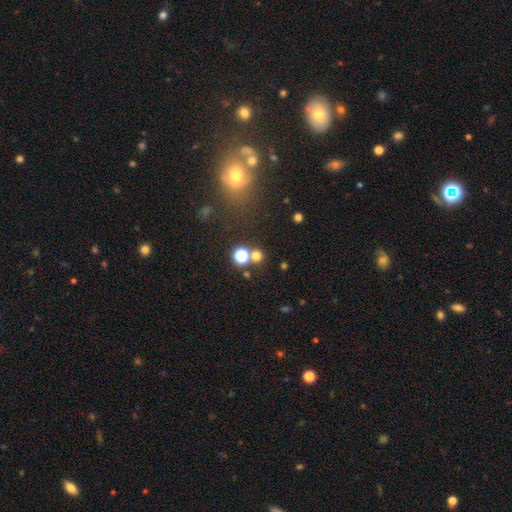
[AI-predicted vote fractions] smooth-or-featured: smooth: 67% | star or artifact: 26% | featured or disk: 7%
  how-rounded: round: 89% | in between: 10% | cigar-shaped: 1%
  merging: none: 72% | merger: 17% | minor disturbance: 7% | major disturbance: 3%